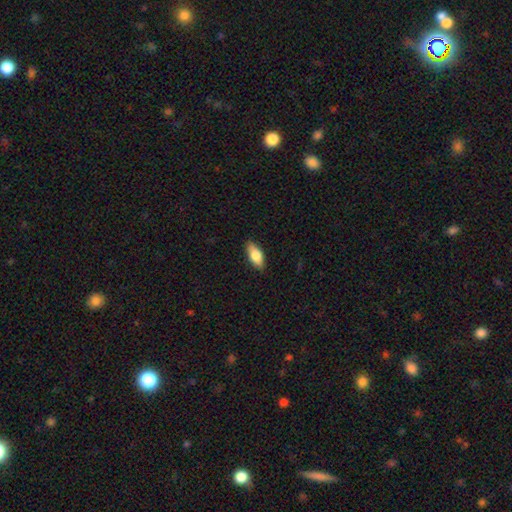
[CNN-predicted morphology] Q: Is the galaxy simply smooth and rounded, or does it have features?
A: smooth — 80%.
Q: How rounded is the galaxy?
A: in between — 84%.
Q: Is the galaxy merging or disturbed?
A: none — 87%.